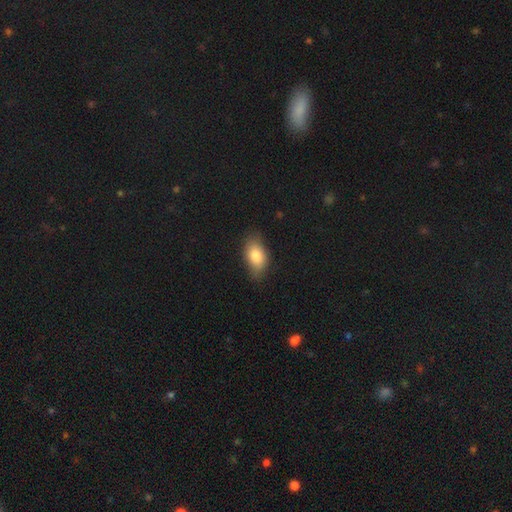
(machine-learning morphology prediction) This appears to be a smooth galaxy with no disk features (82%) that is in between round and cigar-shaped (90%). Merging: none (72%).